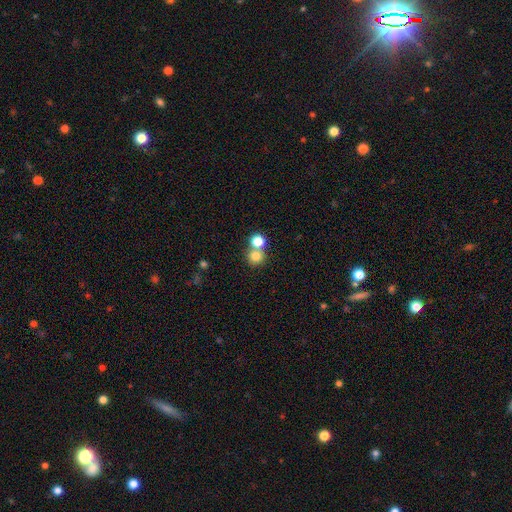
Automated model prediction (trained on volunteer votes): smooth_or_featured: smooth (p=0.79) [alt: star or artifact p=0.13]
how_rounded: round (p=0.86) [alt: in between p=0.13]
merging: none (p=0.48) [alt: merger p=0.44]